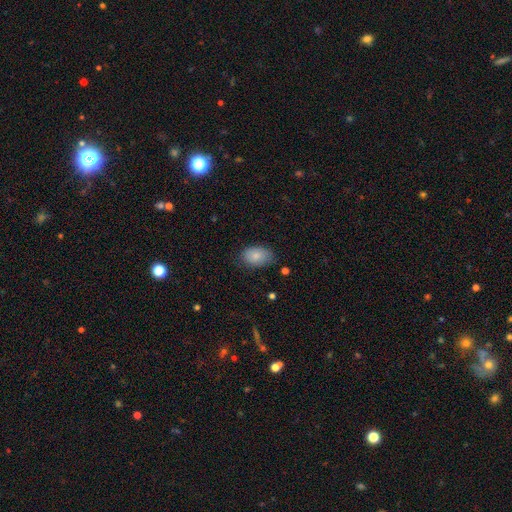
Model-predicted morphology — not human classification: A smooth galaxy with no disk features (84%) that is in between round and cigar-shaped (88%).

Vote fractions:
- Smooth or featured? smooth: 84% / featured or disk: 8% / star or artifact: 7%
- How rounded? in between: 88% / round: 11% / cigar-shaped: 1%
- Merging? none: 74% / minor disturbance: 20% / major disturbance: 4% / merger: 1%